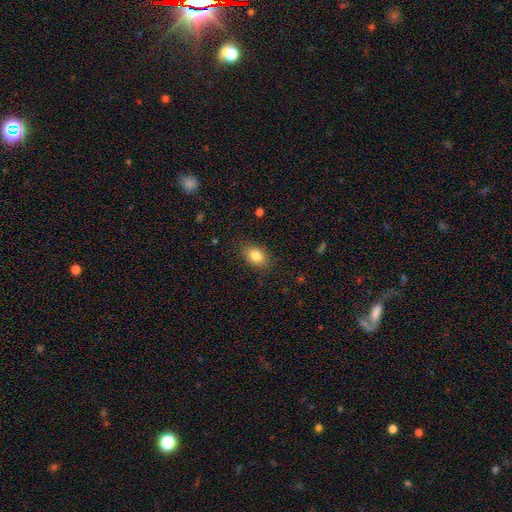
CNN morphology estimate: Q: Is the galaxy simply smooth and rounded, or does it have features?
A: smooth — 83%.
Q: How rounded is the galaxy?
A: in between — 79%.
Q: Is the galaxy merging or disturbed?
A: none — 86%.